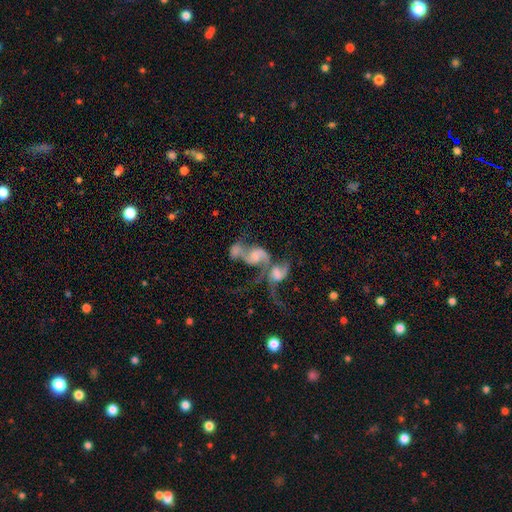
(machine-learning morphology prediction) Smooth or featured? Predicted: featured or disk (p=0.73). Edge-on disk? Predicted: no (p=0.96). Bar? Predicted: no (p=0.62). Spiral arms? Predicted: yes (p=0.84). Spiral winding? Predicted: loose (p=0.66). Spiral arm count? Predicted: 2 (p=0.72). Bulge size? Predicted: moderate (p=0.37). Merging? Predicted: merger (p=0.70).